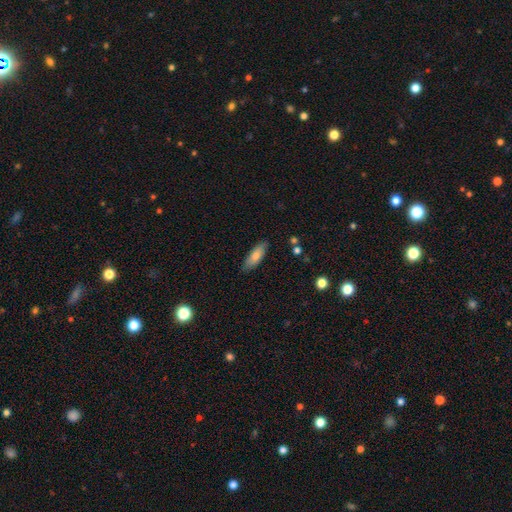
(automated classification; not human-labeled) The model was most divided on "how rounded": in between: 61%, cigar-shaped: 37%, round: 2%. More confident: merging — none (84%); smooth or featured — smooth (77%).